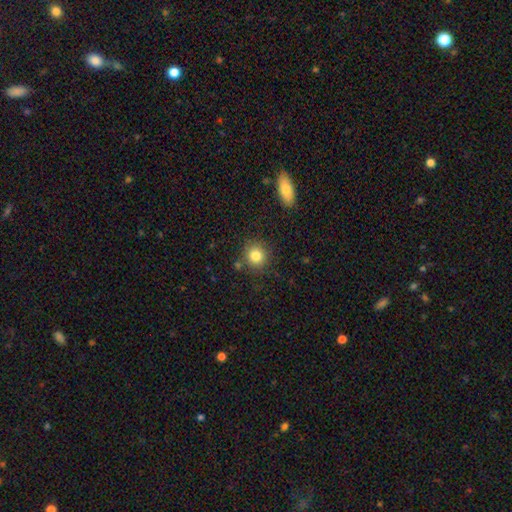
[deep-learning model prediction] Morphology: type=smooth (83%); roundness=round (87%); merging=none (82%).